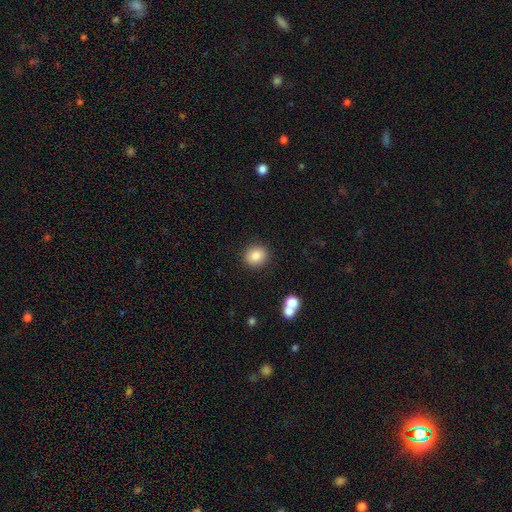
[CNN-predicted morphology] smooth 86%, star or artifact 9%, featured or disk 5%. Down the decision tree: how rounded — round (80%); merging — none (89%).